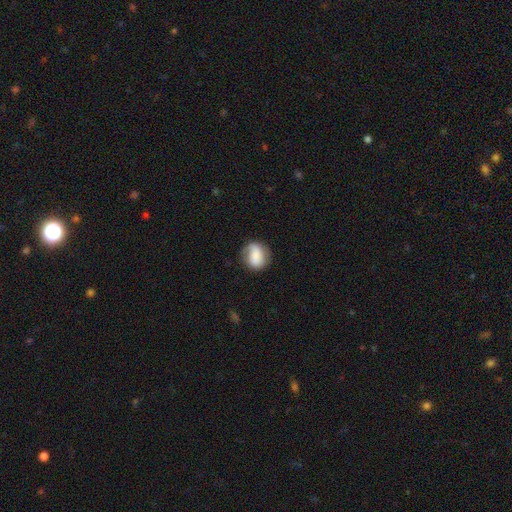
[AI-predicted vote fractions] This appears to be a smooth galaxy with no disk features (65%) that is round (61%). Merging: none (64%).